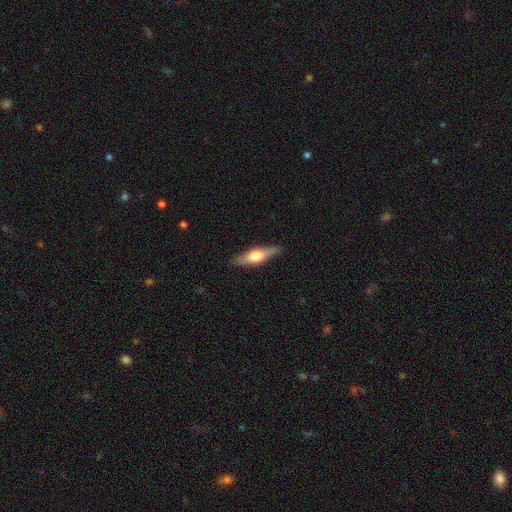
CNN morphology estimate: Smooth or featured? Predicted: featured or disk (p=0.57). Edge-on disk? Predicted: yes (p=0.94). Edge-on bulge? Predicted: rounded (p=0.92). Merging? Predicted: none (p=0.88).